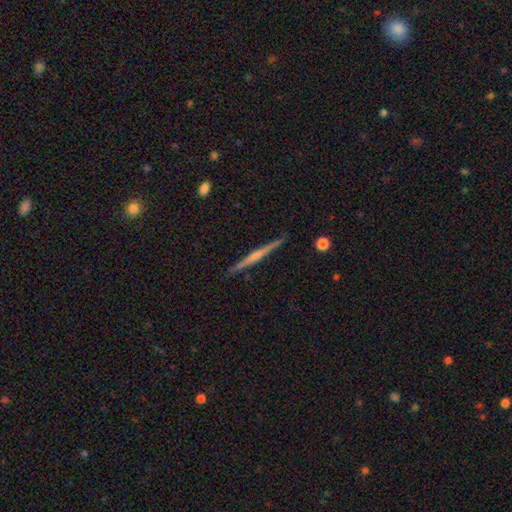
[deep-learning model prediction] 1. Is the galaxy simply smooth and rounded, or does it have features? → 72% featured or disk, 20% smooth, 8% star or artifact.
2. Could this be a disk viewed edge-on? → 98% yes, 2% no.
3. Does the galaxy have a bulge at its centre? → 60% rounded, 31% none, 9% boxy.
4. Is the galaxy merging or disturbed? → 91% none, 7% minor disturbance, 1% major disturbance, 1% merger.